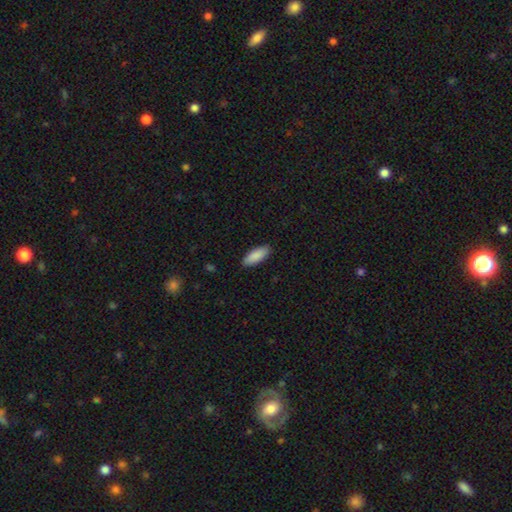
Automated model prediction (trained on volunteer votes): smooth 90%, star or artifact 5%, featured or disk 5%. Down the decision tree: how rounded — in between (76%); merging — none (89%).